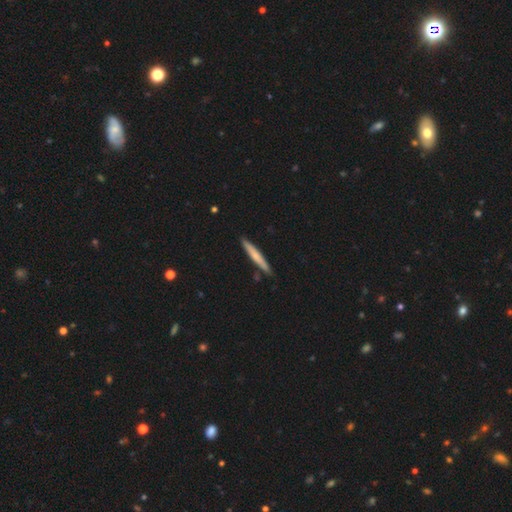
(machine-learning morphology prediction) smooth 62%, featured or disk 32%, star or artifact 5%. Down the decision tree: how rounded — cigar-shaped (96%); merging — none (88%).